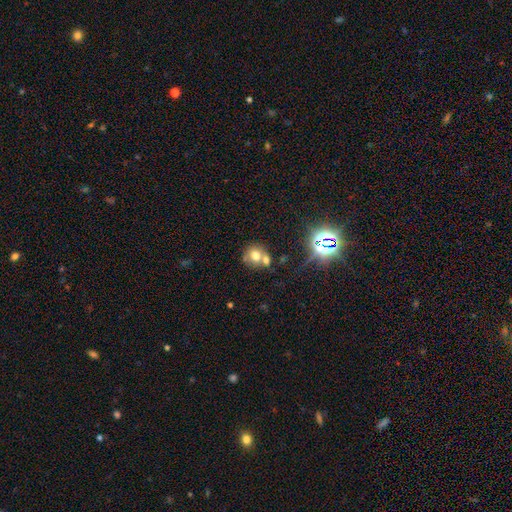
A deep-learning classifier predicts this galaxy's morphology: This appears to be a smooth galaxy with no disk features (68%) that is round (79%). Merging: none (45%).